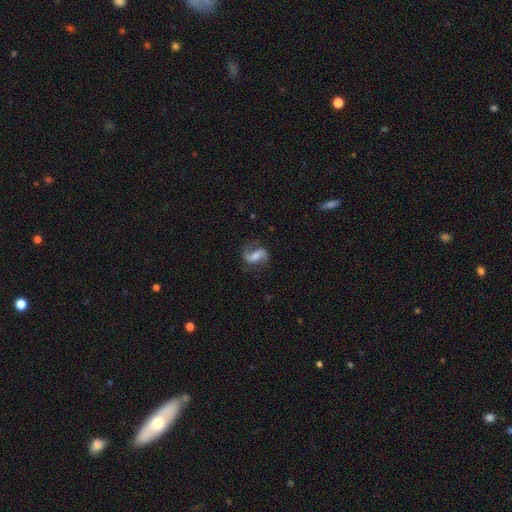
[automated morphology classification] featured or disk 74%, smooth 18%, star or artifact 8%. Down the decision tree: edge-on disk — no (96%); bar — weak (42%); spiral arms — yes (93%); spiral arm count — 2 (85%); spiral winding — loose (53%); bulge size — moderate (38%); merging — none (67%).